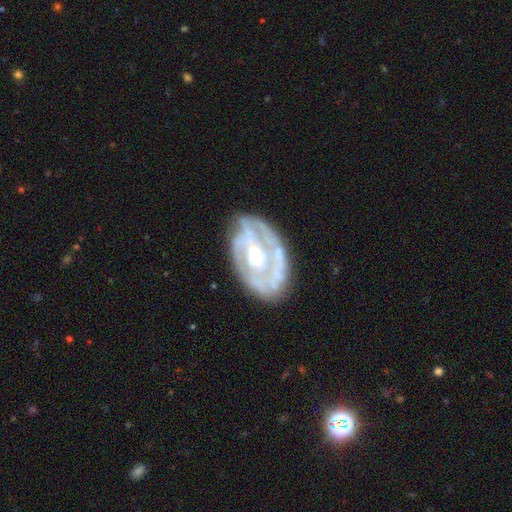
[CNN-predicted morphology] This is clearly a featured or disk galaxy (81%). It is clearly not viewed edge-on (96%). Bar: possibly no (58%). Spiral arm pattern: likely yes (75%). Spiral arm count: marginally can't tell (38%). Spiral winding: possibly tight (59%). Central bulge: possibly moderate (54%). Merging: likely none (65%).